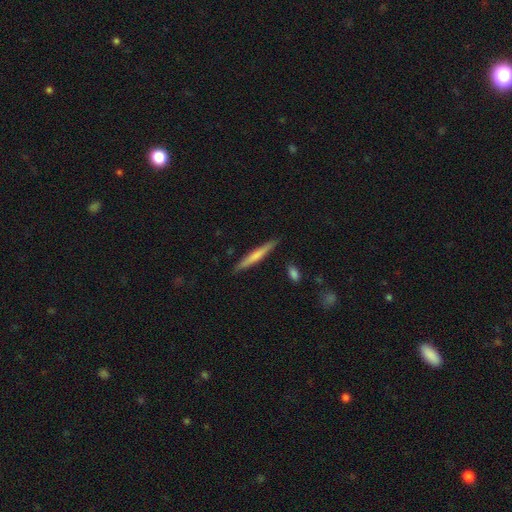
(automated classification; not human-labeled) Q: Smooth or featured?
A: smooth (58%); runner-up: featured or disk (36%)
Q: How rounded?
A: cigar-shaped (95%); runner-up: in between (4%)
Q: Merging?
A: none (89%); runner-up: minor disturbance (8%)